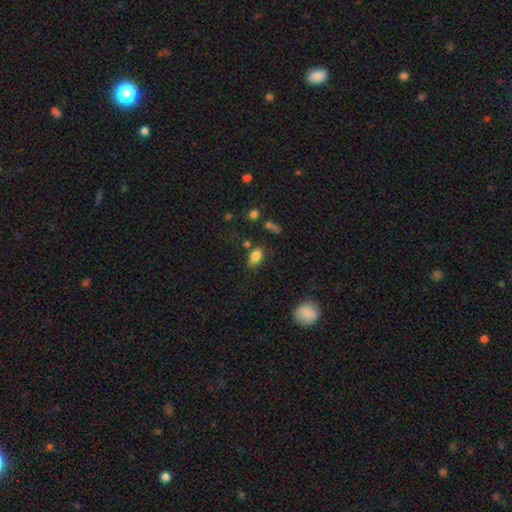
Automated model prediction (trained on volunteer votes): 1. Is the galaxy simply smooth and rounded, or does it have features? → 82% smooth, 10% star or artifact, 9% featured or disk.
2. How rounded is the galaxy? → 83% in between, 15% round, 3% cigar-shaped.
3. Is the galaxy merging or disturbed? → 64% none, 23% minor disturbance, 7% merger, 6% major disturbance.